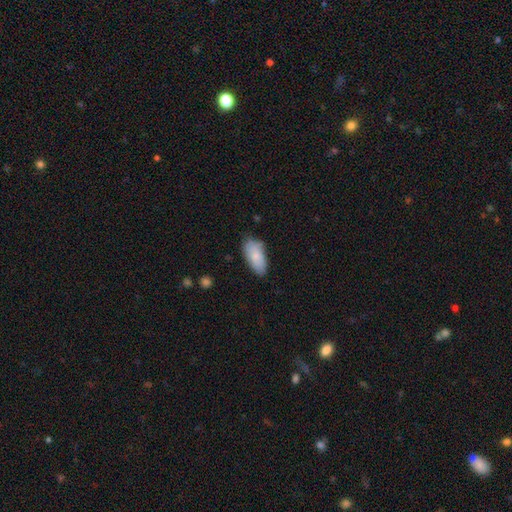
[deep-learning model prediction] Smooth or featured? smooth (78%)
How rounded? in between (92%)
Merging? none (69%)